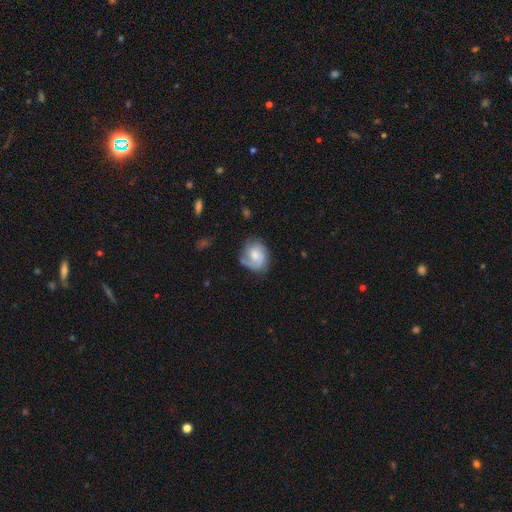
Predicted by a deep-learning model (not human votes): Q: Smooth or featured?
A: featured or disk (62%); runner-up: smooth (31%)
Q: Edge-on disk?
A: no (98%); runner-up: yes (2%)
Q: Bar?
A: no (67%); runner-up: weak (30%)
Q: Spiral arms?
A: yes (90%); runner-up: no (10%)
Q: Spiral winding?
A: tight (47%); runner-up: medium (37%)
Q: Spiral arm count?
A: 2 (37%); runner-up: 1 (24%)
Q: Bulge size?
A: moderate (48%); runner-up: small (31%)
Q: Merging?
A: none (62%); runner-up: minor disturbance (24%)